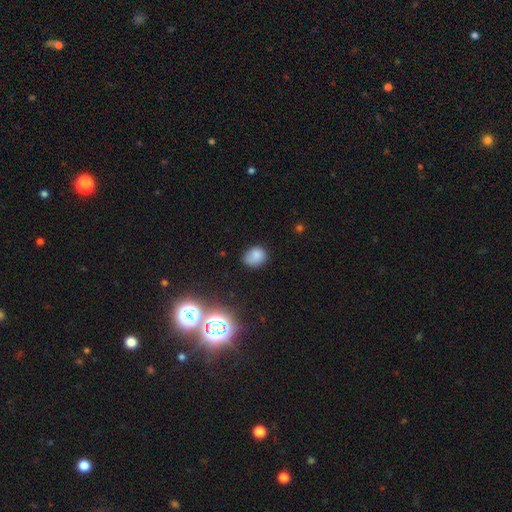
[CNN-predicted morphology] type=smooth (78%); roundness=round (52%); merging=none (66%).